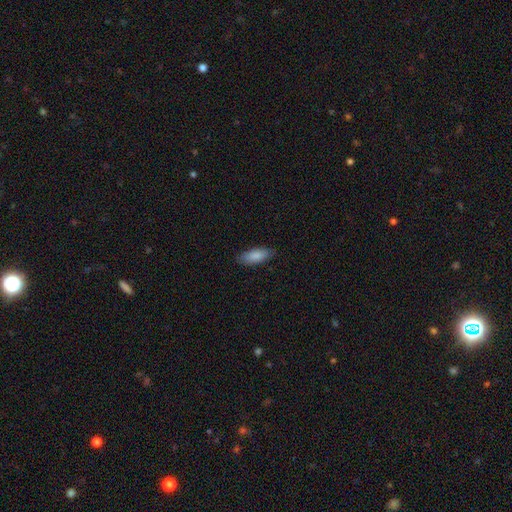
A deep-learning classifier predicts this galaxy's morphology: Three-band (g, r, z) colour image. It shows a smooth galaxy with no disk features (87%) that is in between round and cigar-shaped (73%). Merging: none (85%).